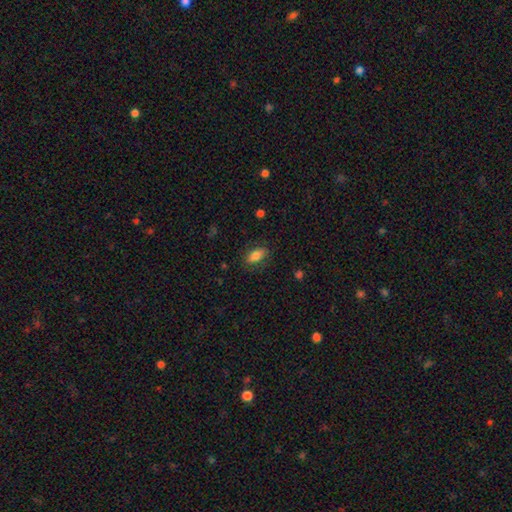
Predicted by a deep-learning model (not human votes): Smooth or featured?
  - smooth: 80% *
  - featured or disk: 12%
  - star or artifact: 8%
How rounded?
  - in between: 89% *
  - cigar-shaped: 6%
  - round: 5%
Merging?
  - none: 80% *
  - minor disturbance: 14%
  - major disturbance: 5%
  - merger: 1%